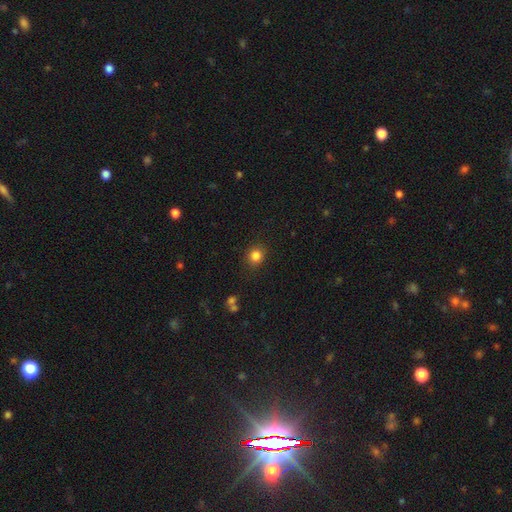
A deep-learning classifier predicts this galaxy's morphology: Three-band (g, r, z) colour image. It shows a smooth galaxy with no disk features (84%) that is round (79%). Merging: none (87%).